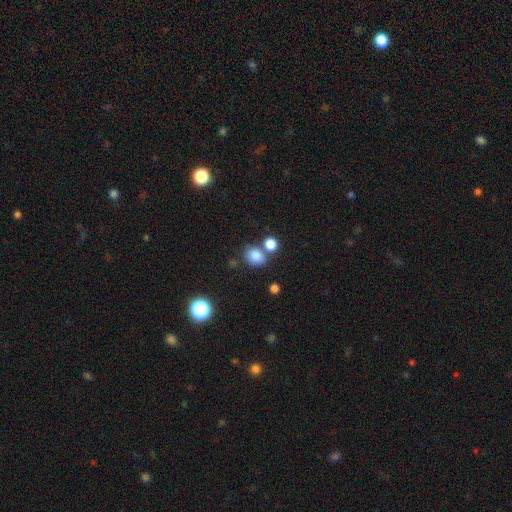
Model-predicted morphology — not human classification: type=smooth (82%); roundness=round (57%); merging=none (61%).